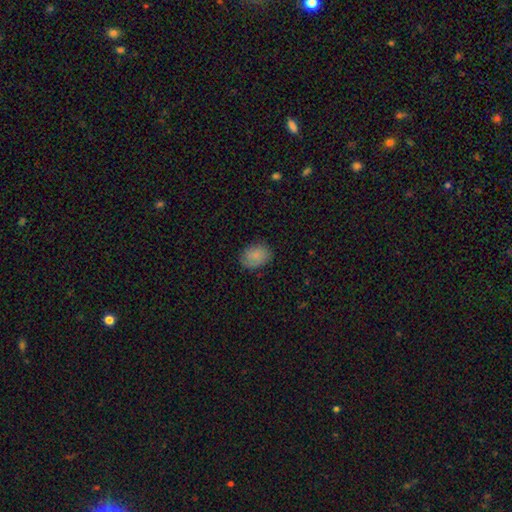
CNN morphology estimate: A smooth galaxy with no disk features (79%) that is in between round and cigar-shaped (69%). Merging: none (79%).